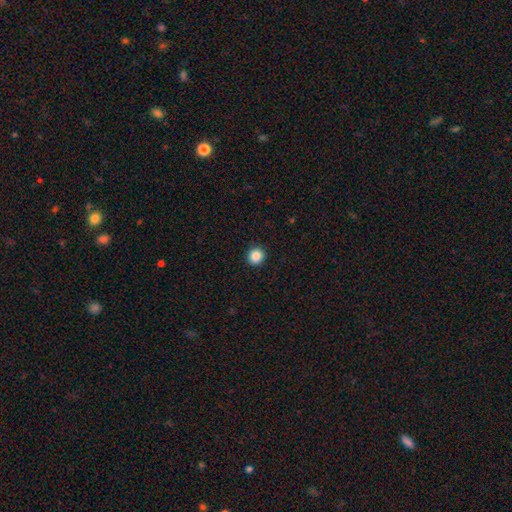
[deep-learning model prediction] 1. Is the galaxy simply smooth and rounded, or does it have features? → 86% smooth, 10% star or artifact, 4% featured or disk.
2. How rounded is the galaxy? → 93% round, 6% in between, 1% cigar-shaped.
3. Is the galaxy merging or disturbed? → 93% none, 4% minor disturbance, 2% major disturbance, 1% merger.